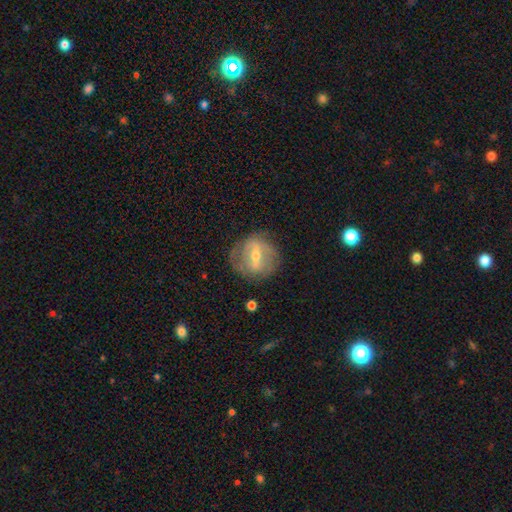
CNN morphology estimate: Overall: featured or disk (70%). Edge-on disk: no (90%). Bar: strong (56%; weak 33%). Spiral arms: no (52%; yes 48%). Bulge size: moderate (51%; small 44%). Merging: none (73%).